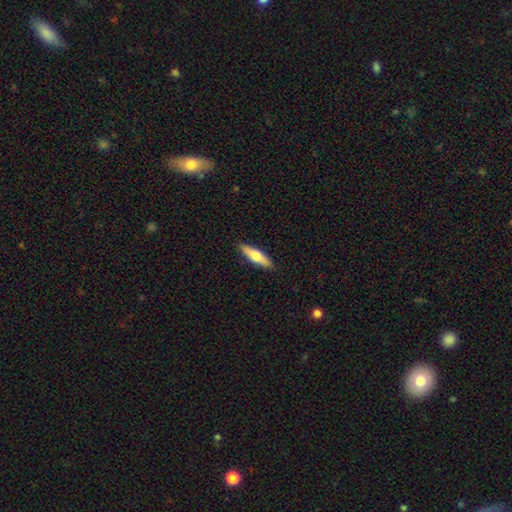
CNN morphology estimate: Smooth or featured? Predicted: smooth (p=0.58). How rounded? Predicted: cigar-shaped (p=0.65). Merging? Predicted: none (p=0.89).